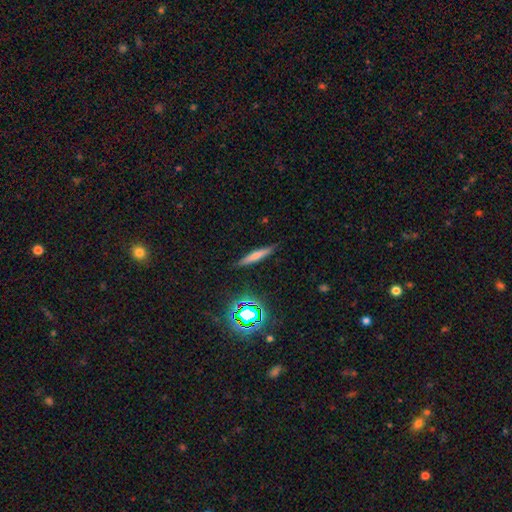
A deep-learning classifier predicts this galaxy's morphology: smooth 59%, featured or disk 28%, star or artifact 13%. Down the decision tree: how rounded — cigar-shaped (90%); merging — none (87%).